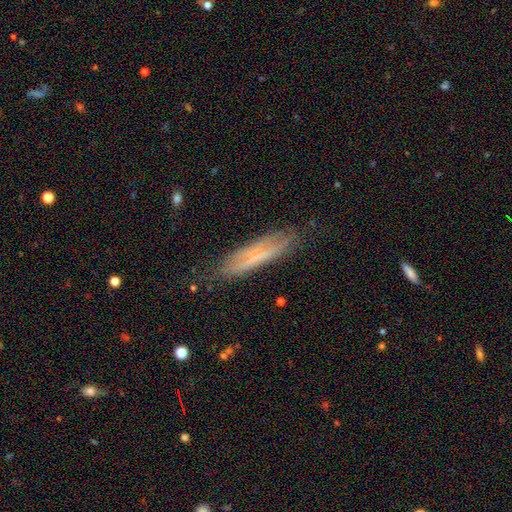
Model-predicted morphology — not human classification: Smooth or featured? featured or disk (46%)
Merging? none (73%)